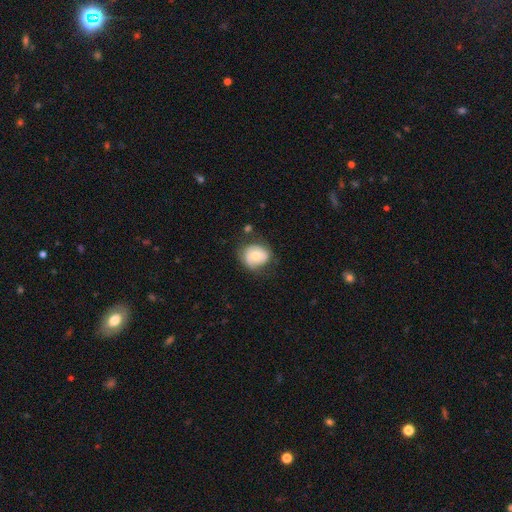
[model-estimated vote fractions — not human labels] This appears to be a smooth galaxy with no disk features (56%) that is round (76%). Merging: none (66%).